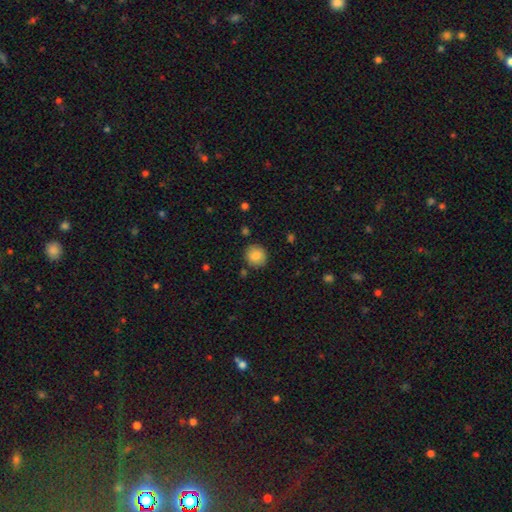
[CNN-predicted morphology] smooth_or_featured: smooth (p=0.84) [alt: star or artifact p=0.08]
how_rounded: round (p=0.86) [alt: in between p=0.13]
merging: none (p=0.86) [alt: minor disturbance p=0.09]